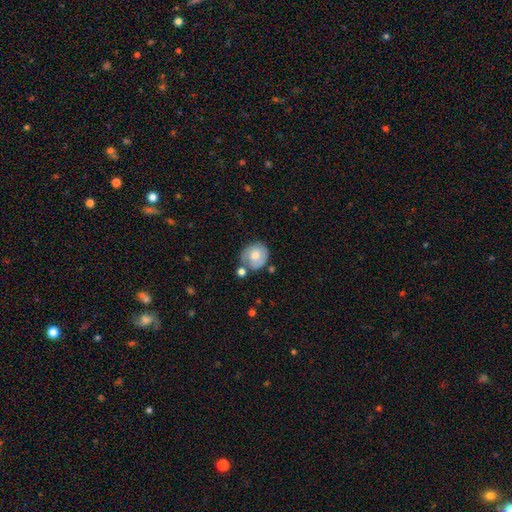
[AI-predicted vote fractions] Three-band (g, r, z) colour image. It shows a smooth galaxy with no disk features (62%) that is round (76%). Merging: none (56%).